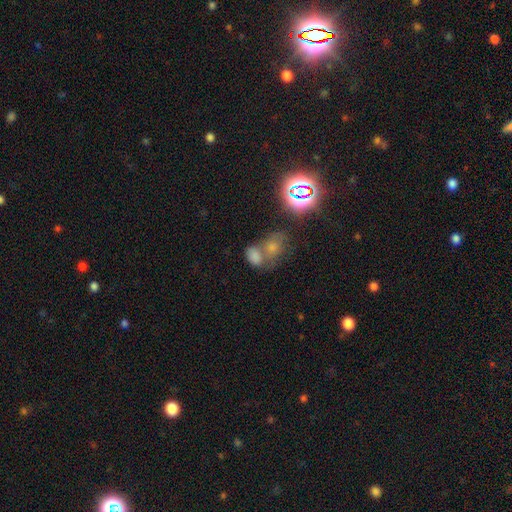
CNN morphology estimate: Q: Smooth or featured?
A: smooth (71%); runner-up: star or artifact (19%)
Q: How rounded?
A: in between (78%); runner-up: round (20%)
Q: Merging?
A: merger (50%); runner-up: none (32%)